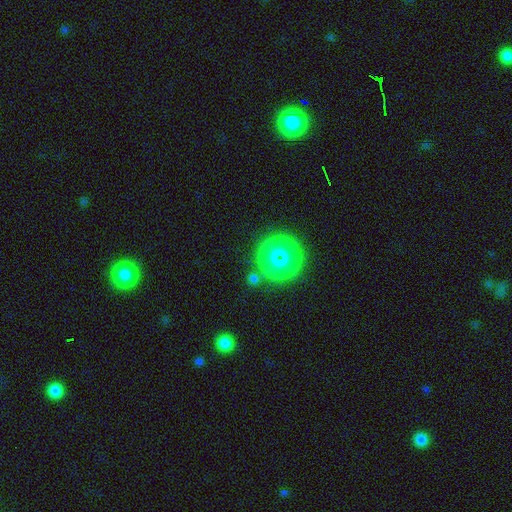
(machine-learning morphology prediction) Smooth or featured? Predicted: star or artifact (p=0.72).